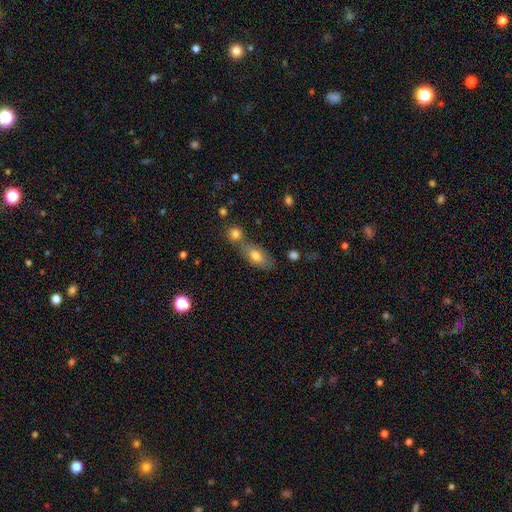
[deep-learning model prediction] Smooth or featured? smooth (75%)
How rounded? in between (85%)
Merging? none (48%)